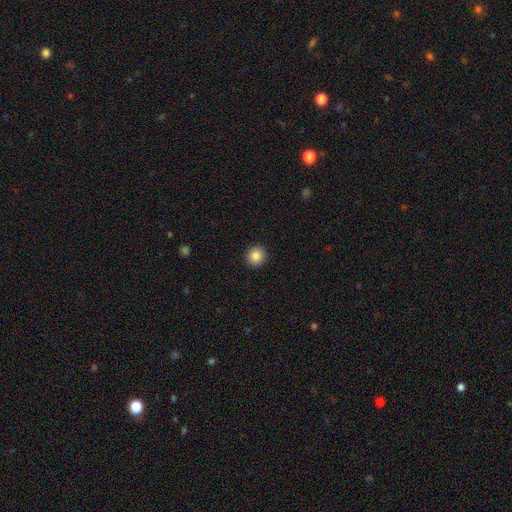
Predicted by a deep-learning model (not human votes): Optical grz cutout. It shows a smooth galaxy with no disk features (86%) that is round (88%). Merging: none (92%).